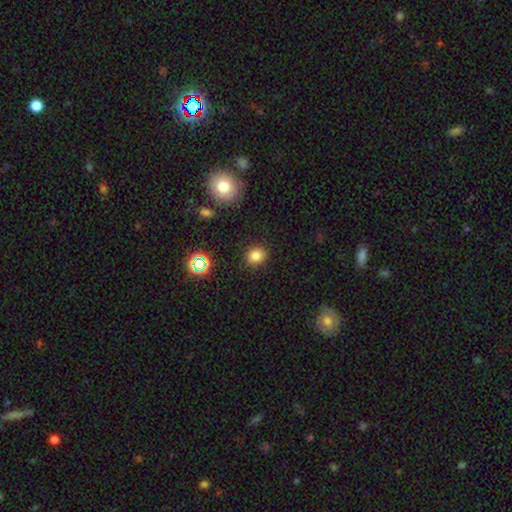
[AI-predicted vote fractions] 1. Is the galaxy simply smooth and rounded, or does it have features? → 80% smooth, 15% star or artifact, 6% featured or disk.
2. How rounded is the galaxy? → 74% round, 25% in between, 1% cigar-shaped.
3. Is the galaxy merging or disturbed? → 88% none, 8% minor disturbance, 3% major disturbance, 2% merger.